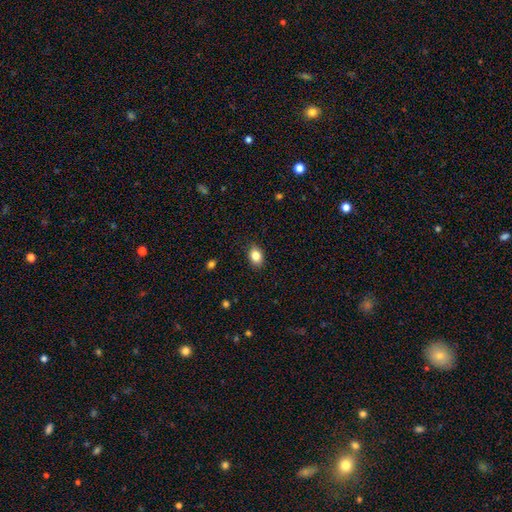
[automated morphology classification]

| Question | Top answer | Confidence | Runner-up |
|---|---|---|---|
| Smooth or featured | smooth | 83% | star or artifact (9%) |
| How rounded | in between | 73% | round (26%) |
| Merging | none | 87% | minor disturbance (10%) |